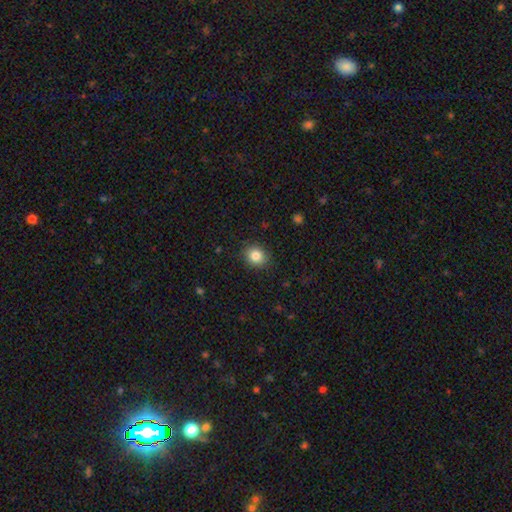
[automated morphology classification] Smooth or featured?
  - smooth: 84% *
  - star or artifact: 10%
  - featured or disk: 6%
How rounded?
  - round: 73% *
  - in between: 26%
  - cigar-shaped: 1%
Merging?
  - none: 88% *
  - minor disturbance: 8%
  - major disturbance: 2%
  - merger: 1%